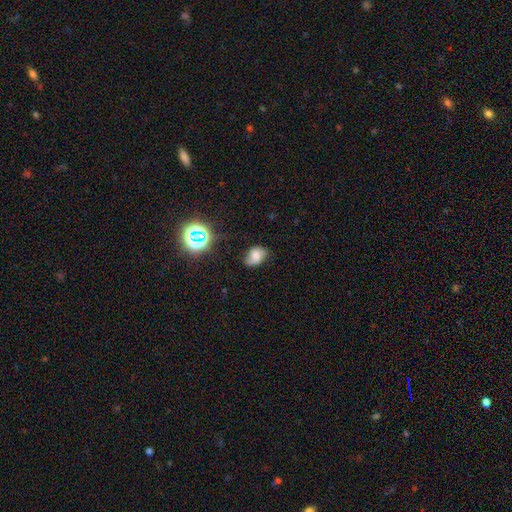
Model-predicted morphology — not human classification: This appears to be a smooth galaxy with no disk features (63%) that is in between round and cigar-shaped (76%). Merging: none (67%).